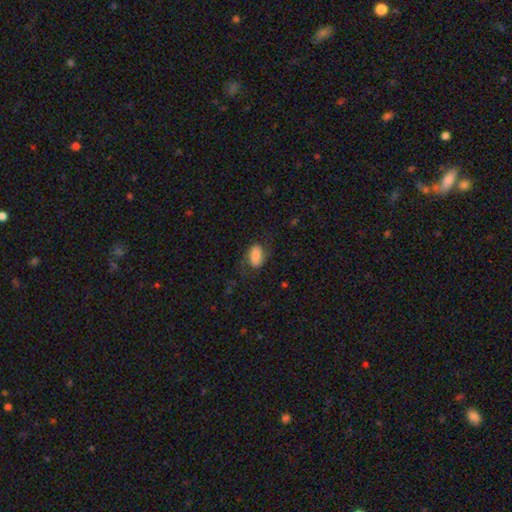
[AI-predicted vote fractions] smooth_or_featured: smooth (p=0.63) [alt: featured or disk p=0.28]
how_rounded: in between (p=0.89) [alt: round p=0.09]
merging: none (p=0.62) [alt: minor disturbance p=0.20]